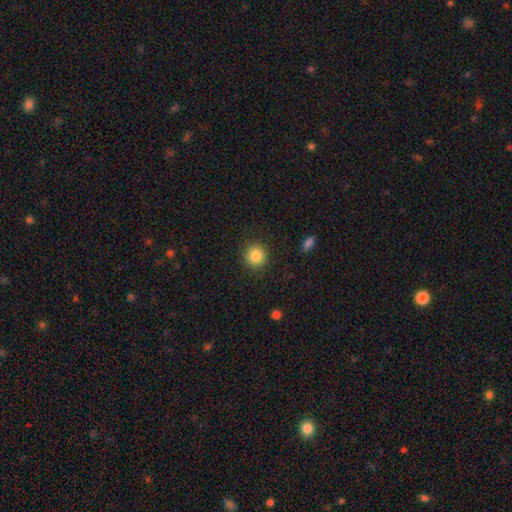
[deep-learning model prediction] Smooth or featured? smooth (85%)
How rounded? round (90%)
Merging? none (89%)